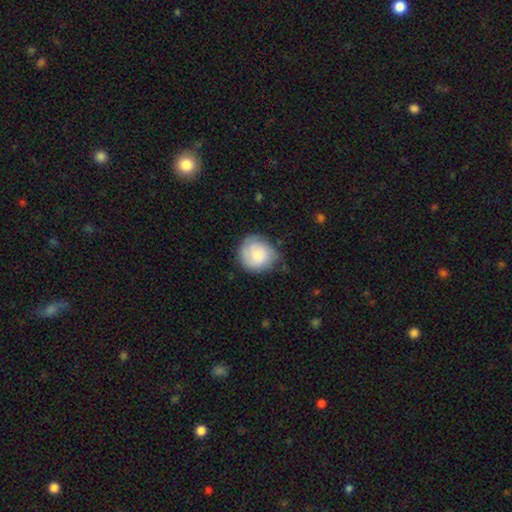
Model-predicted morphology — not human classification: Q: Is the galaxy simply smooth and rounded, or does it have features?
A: smooth — 68%.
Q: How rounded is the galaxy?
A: round — 82%.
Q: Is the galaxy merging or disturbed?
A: none — 62%.